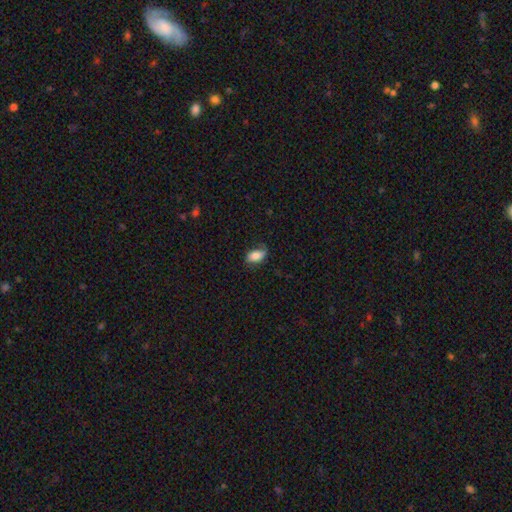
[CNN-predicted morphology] Overall: smooth (76%). How rounded: in between (92%). Merging: none (64%; minor disturbance 26%).